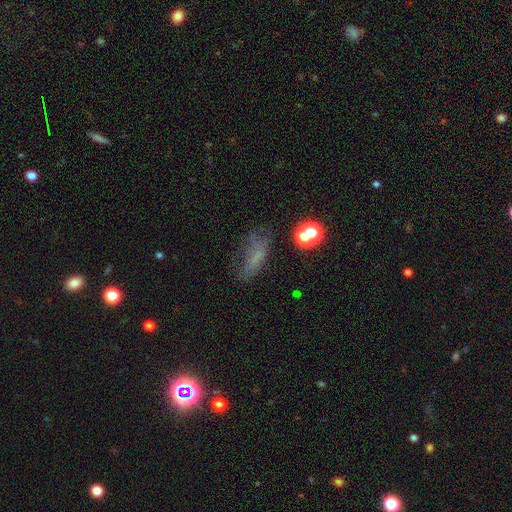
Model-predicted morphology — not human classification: A smooth galaxy with no disk features (48%).

Vote fractions:
- Smooth or featured? smooth: 48% / star or artifact: 27% / featured or disk: 26%
- Merging? none: 44% / major disturbance: 26% / minor disturbance: 24% / merger: 5%